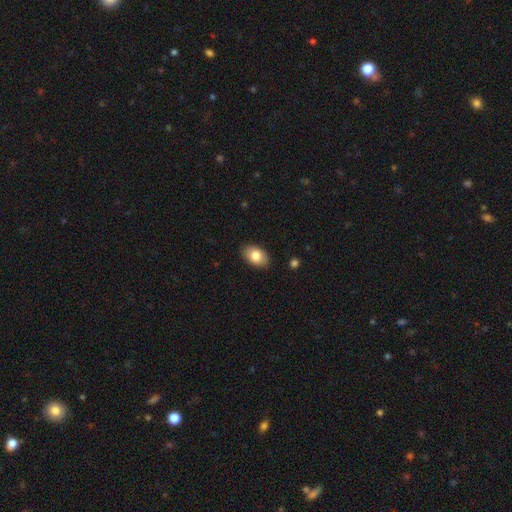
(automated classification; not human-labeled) smooth 82%, featured or disk 11%, star or artifact 7%. Down the decision tree: how rounded — in between (88%); merging — none (88%).